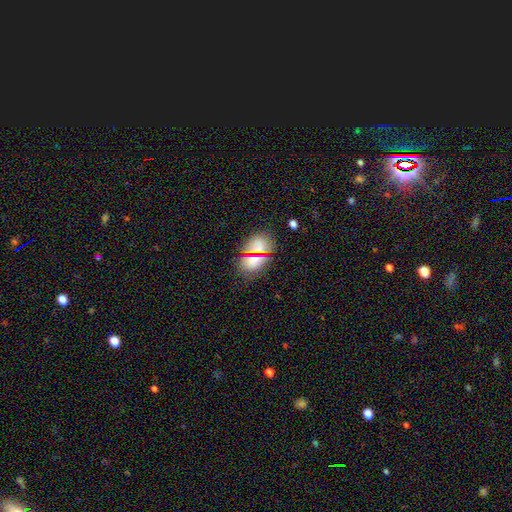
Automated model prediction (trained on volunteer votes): The model was most divided on "how rounded": in between: 66%, round: 31%, cigar-shaped: 3%. More confident: merging — none (72%); smooth or featured — smooth (67%).